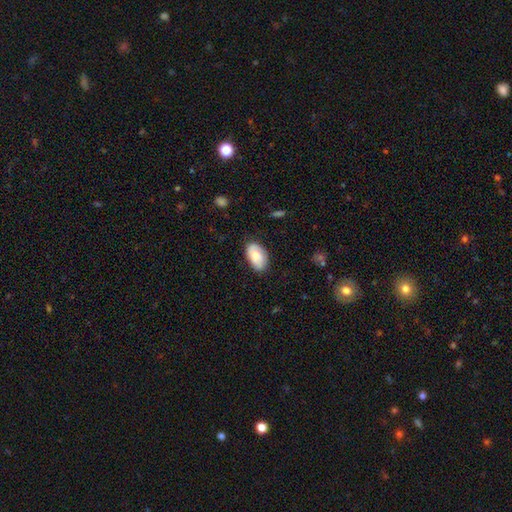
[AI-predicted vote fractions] Smooth or featured?
  - smooth: 67% *
  - featured or disk: 27%
  - star or artifact: 6%
How rounded?
  - in between: 93% *
  - round: 6%
  - cigar-shaped: 1%
Merging?
  - none: 76% *
  - minor disturbance: 19%
  - major disturbance: 4%
  - merger: 1%